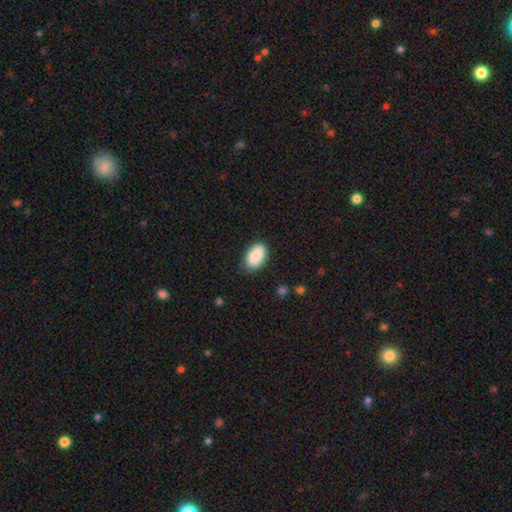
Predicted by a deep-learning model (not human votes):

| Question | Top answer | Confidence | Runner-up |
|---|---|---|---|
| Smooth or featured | smooth | 86% | featured or disk (8%) |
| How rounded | in between | 92% | round (7%) |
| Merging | none | 84% | minor disturbance (13%) |